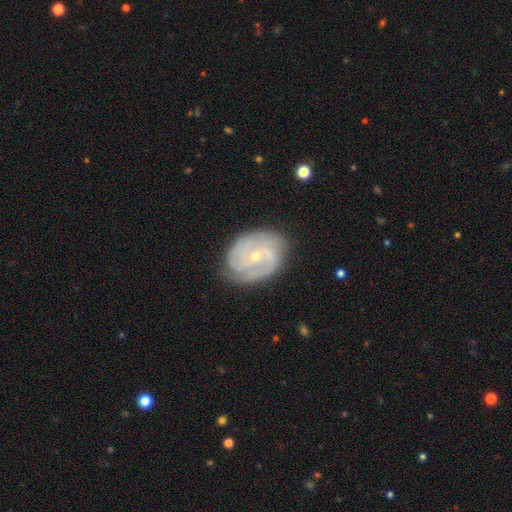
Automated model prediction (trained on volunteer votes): This is clearly a featured or disk galaxy (83%). It is clearly not viewed edge-on (97%). Bar: likely no (63%). Spiral arm pattern: clearly yes (95%). Spiral arm count: marginally 2 (28%). Spiral winding: likely tight (64%). Central bulge: likely small (69%). Merging: likely none (77%).